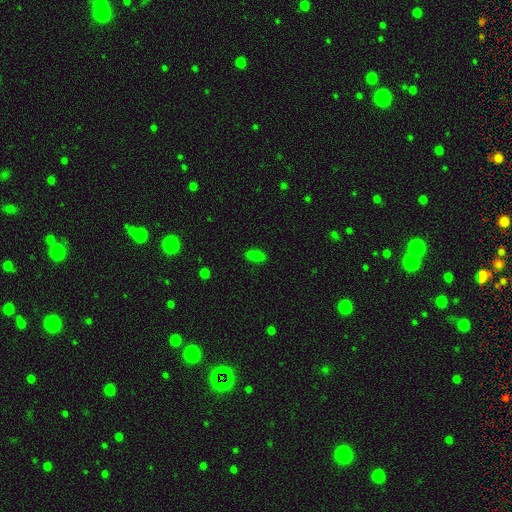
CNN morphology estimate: Smooth or featured? Predicted: smooth (p=0.82). How rounded? Predicted: in between (p=0.73). Merging? Predicted: none (p=0.84).